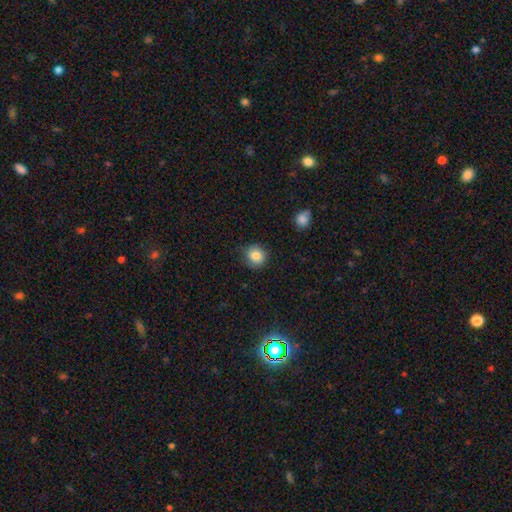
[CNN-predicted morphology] smooth-or-featured: smooth: 83% | star or artifact: 10% | featured or disk: 7%
  how-rounded: round: 88% | in between: 11% | cigar-shaped: 1%
  merging: none: 81% | minor disturbance: 15% | major disturbance: 3% | merger: 1%